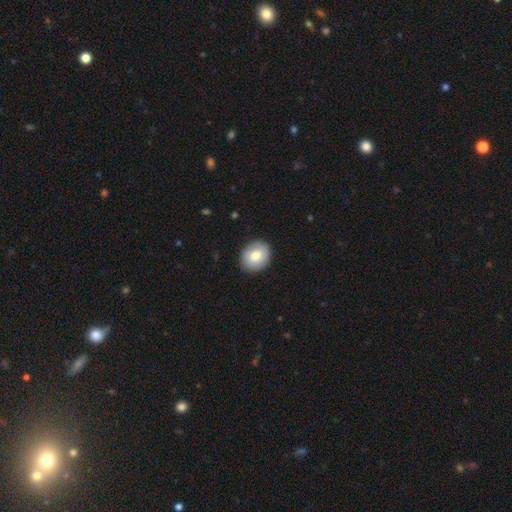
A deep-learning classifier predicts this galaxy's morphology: This is likely a smooth galaxy (76%). How rounded: likely round (64%). Merging: clearly none (89%).